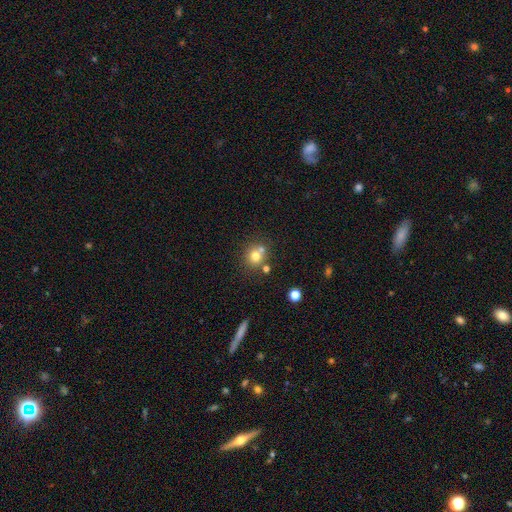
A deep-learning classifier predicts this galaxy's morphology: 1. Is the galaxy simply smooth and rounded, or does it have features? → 74% smooth, 14% star or artifact, 12% featured or disk.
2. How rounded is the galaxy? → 86% round, 13% in between, 1% cigar-shaped.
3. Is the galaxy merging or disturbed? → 62% none, 26% merger, 9% minor disturbance, 3% major disturbance.